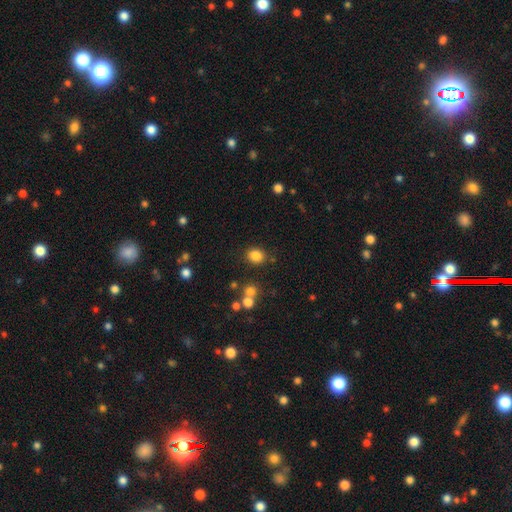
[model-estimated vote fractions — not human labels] smooth_or_featured: smooth (p=0.83) [alt: star or artifact p=0.12]
how_rounded: round (p=0.64) [alt: in between p=0.35]
merging: none (p=0.83) [alt: minor disturbance p=0.09]